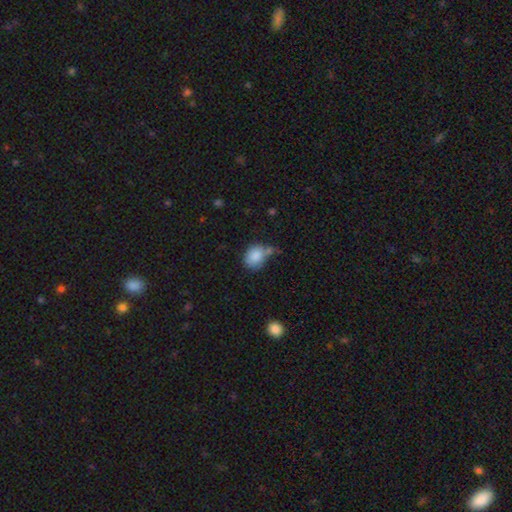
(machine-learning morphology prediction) Smooth or featured?
  - smooth: 85% *
  - star or artifact: 8%
  - featured or disk: 7%
How rounded?
  - in between: 50% *
  - round: 49%
  - cigar-shaped: 1%
Merging?
  - none: 48% *
  - minor disturbance: 25%
  - merger: 17%
  - major disturbance: 9%